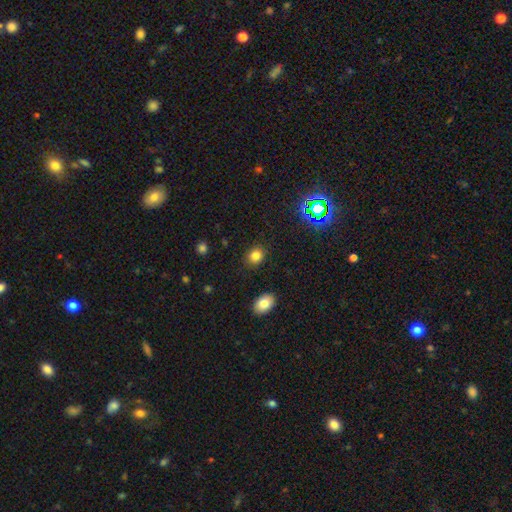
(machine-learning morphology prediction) This is clearly a smooth galaxy (82%). How rounded: likely round (62%). Merging: clearly none (87%).